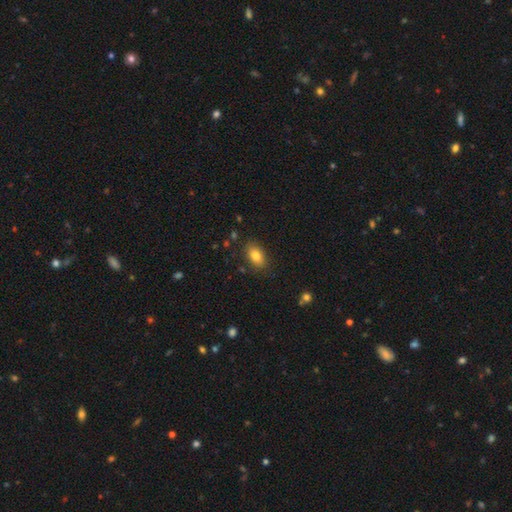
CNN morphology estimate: The model was most divided on "smooth or featured": smooth: 81%, featured or disk: 10%, star or artifact: 9%. More confident: how rounded — in between (87%); merging — none (84%).